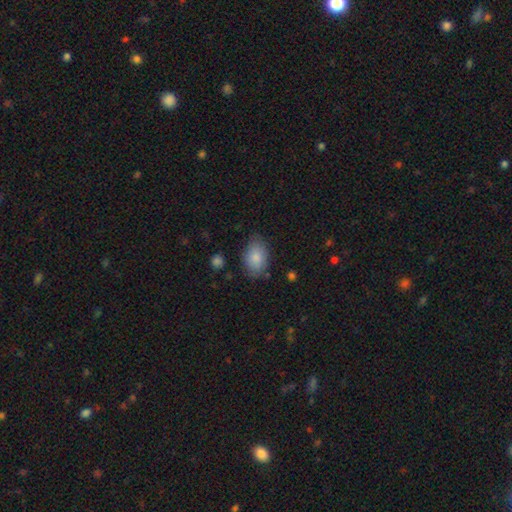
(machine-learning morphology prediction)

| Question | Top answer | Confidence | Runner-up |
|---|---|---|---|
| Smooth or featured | smooth | 84% | featured or disk (9%) |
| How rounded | in between | 86% | round (13%) |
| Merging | none | 76% | minor disturbance (18%) |